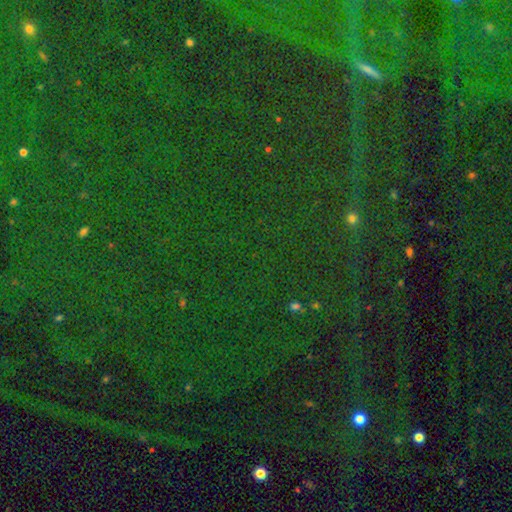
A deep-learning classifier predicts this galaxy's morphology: Smooth or featured? Predicted: star or artifact (p=0.84).